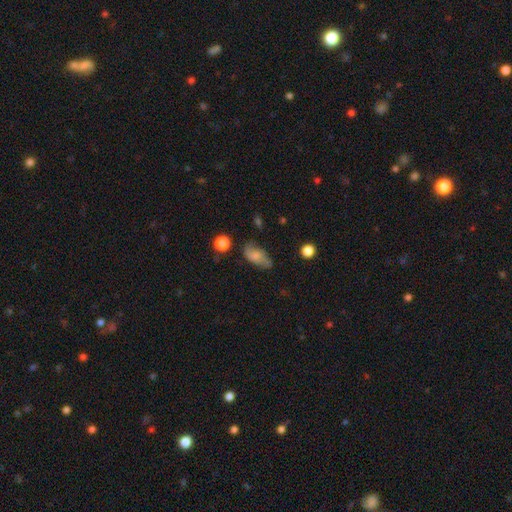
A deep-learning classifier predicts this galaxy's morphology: Smooth or featured: smooth — 69% (featured or disk — 23%)
How rounded: in between — 88% (round — 6%)
Merging: none — 54% (minor disturbance — 32%)